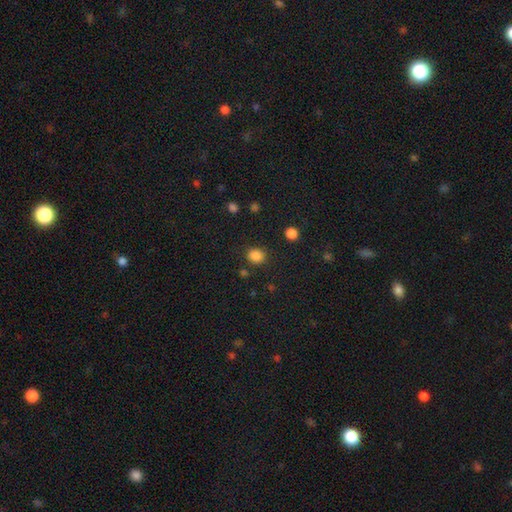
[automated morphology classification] Q: Smooth or featured?
A: smooth (85%); runner-up: star or artifact (12%)
Q: How rounded?
A: round (72%); runner-up: in between (28%)
Q: Merging?
A: none (84%); runner-up: minor disturbance (10%)